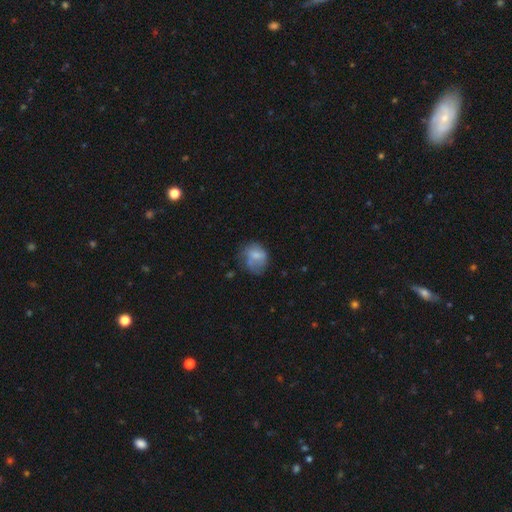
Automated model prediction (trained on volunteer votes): Q: Smooth or featured?
A: smooth (65%); runner-up: featured or disk (26%)
Q: How rounded?
A: round (55%); runner-up: in between (44%)
Q: Merging?
A: none (45%); runner-up: minor disturbance (31%)